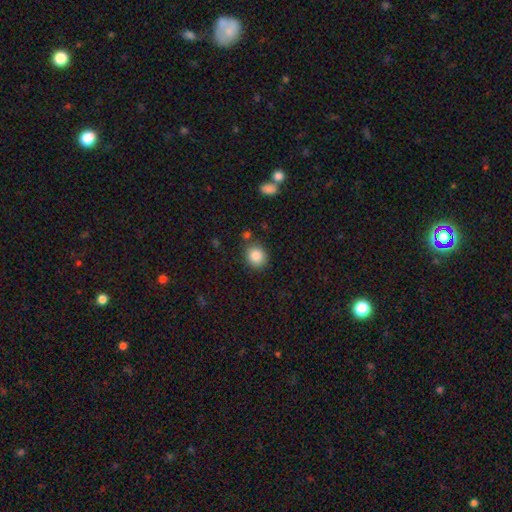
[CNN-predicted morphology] Q: Smooth or featured?
A: smooth (86%); runner-up: star or artifact (9%)
Q: How rounded?
A: round (76%); runner-up: in between (23%)
Q: Merging?
A: none (80%); runner-up: minor disturbance (11%)